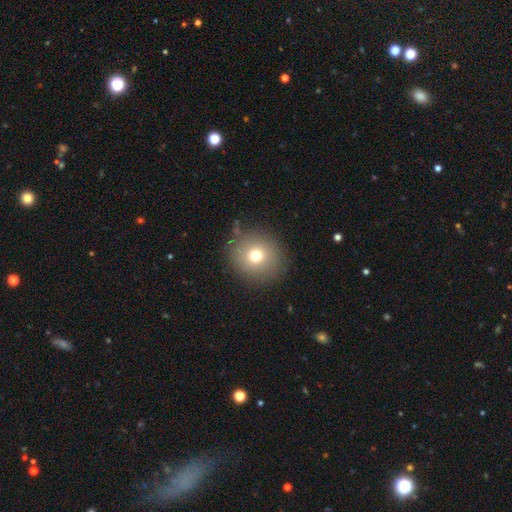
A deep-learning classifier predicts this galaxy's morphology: Overall: smooth (73%). How rounded: round (89%). Merging: none (87%).